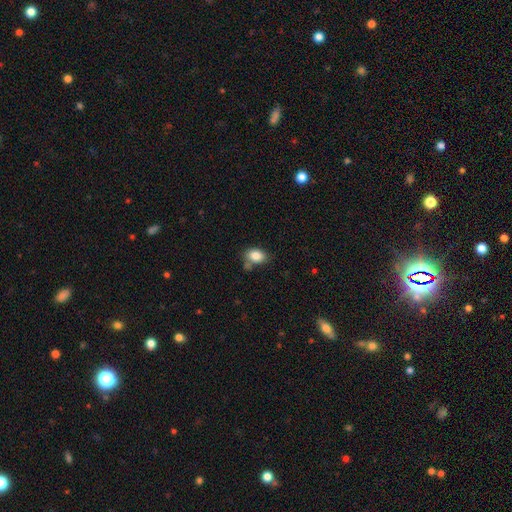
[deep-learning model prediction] Smooth or featured?
  - smooth: 83% *
  - star or artifact: 9%
  - featured or disk: 8%
How rounded?
  - in between: 76% *
  - round: 23%
  - cigar-shaped: 1%
Merging?
  - none: 62% *
  - minor disturbance: 20%
  - merger: 13%
  - major disturbance: 5%